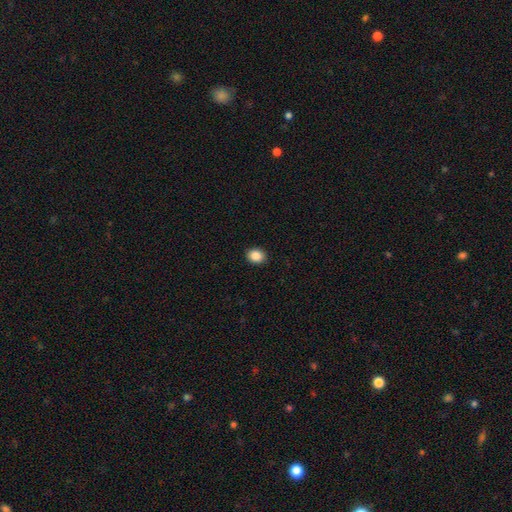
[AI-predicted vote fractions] A smooth galaxy with no disk features (87%) that is round (55%). Merging: none (92%).